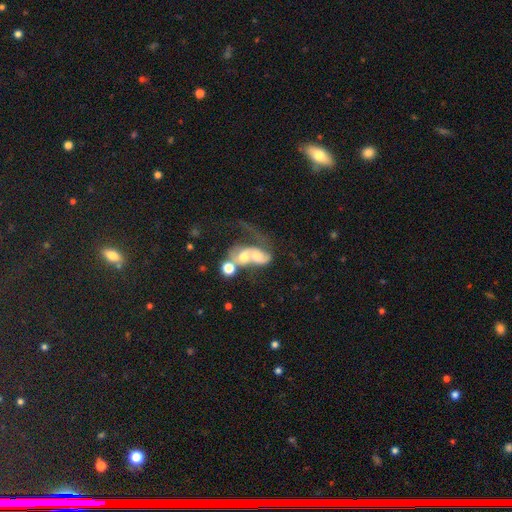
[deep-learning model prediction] The model was most divided on "smooth or featured": featured or disk: 48%, smooth: 41%, star or artifact: 11%. More confident: merging — merger (70%).